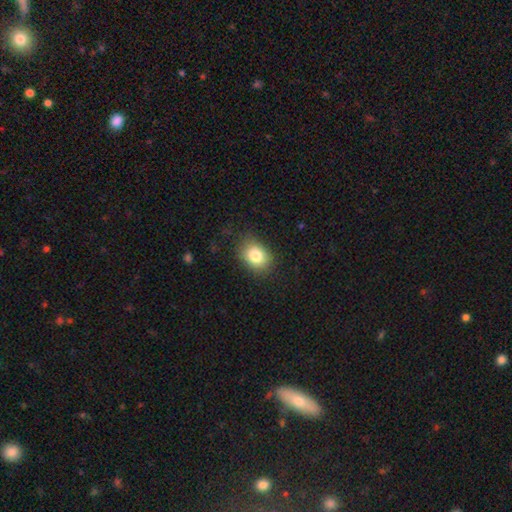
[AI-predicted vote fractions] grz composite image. It shows a smooth galaxy with no disk features (82%) that is in between round and cigar-shaped (63%). Merging: none (82%).